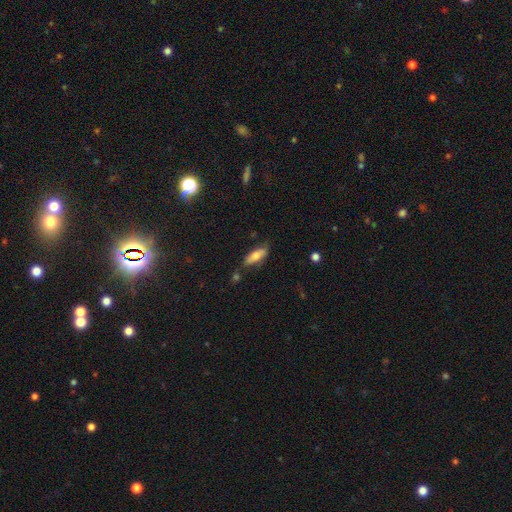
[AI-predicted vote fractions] Q: Smooth or featured?
A: smooth (64%); runner-up: featured or disk (29%)
Q: How rounded?
A: in between (58%); runner-up: cigar-shaped (39%)
Q: Merging?
A: none (69%); runner-up: minor disturbance (21%)